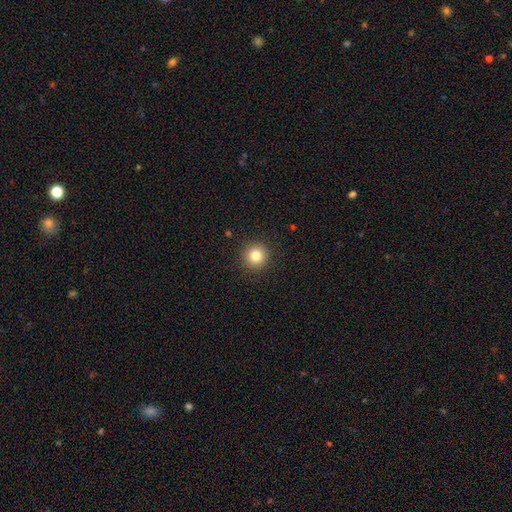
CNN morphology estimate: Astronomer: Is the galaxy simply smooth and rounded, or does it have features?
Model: smooth — 82%.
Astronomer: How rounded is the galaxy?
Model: round — 95%.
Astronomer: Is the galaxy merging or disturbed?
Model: none — 92%.